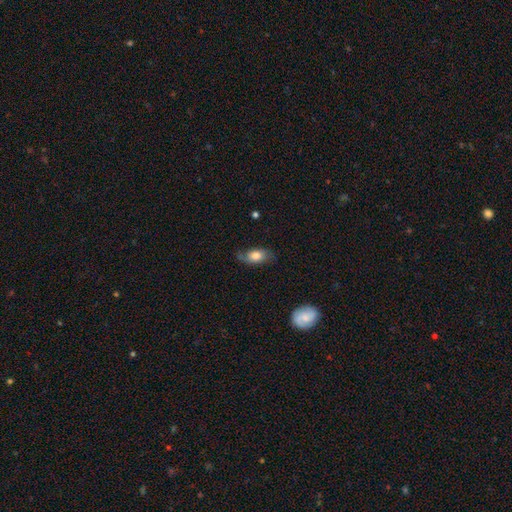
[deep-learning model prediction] This is likely a smooth galaxy (63%). How rounded: clearly in between (86%). Merging: likely none (62%).